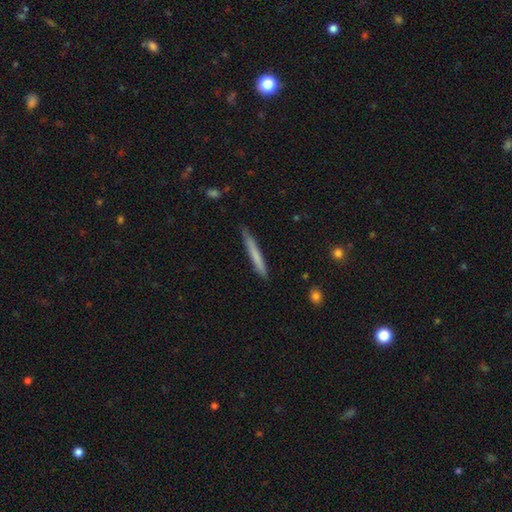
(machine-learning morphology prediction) Smooth or featured: smooth — 70% (featured or disk — 24%)
How rounded: cigar-shaped — 97% (in between — 2%)
Merging: none — 84% (minor disturbance — 13%)